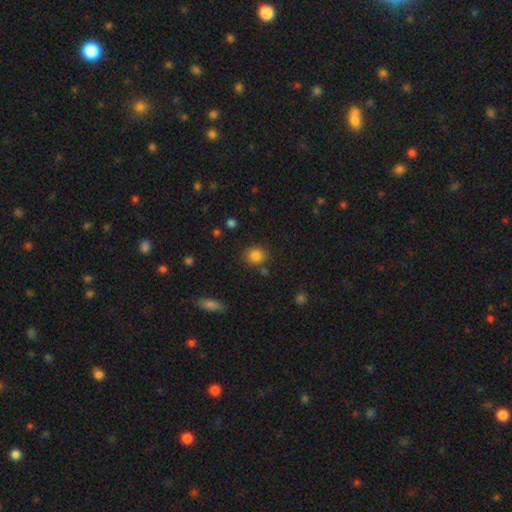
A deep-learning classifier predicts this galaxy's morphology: Smooth or featured?
  - smooth: 84% *
  - star or artifact: 11%
  - featured or disk: 5%
How rounded?
  - round: 82% *
  - in between: 16%
  - cigar-shaped: 1%
Merging?
  - none: 82% *
  - minor disturbance: 10%
  - merger: 5%
  - major disturbance: 3%